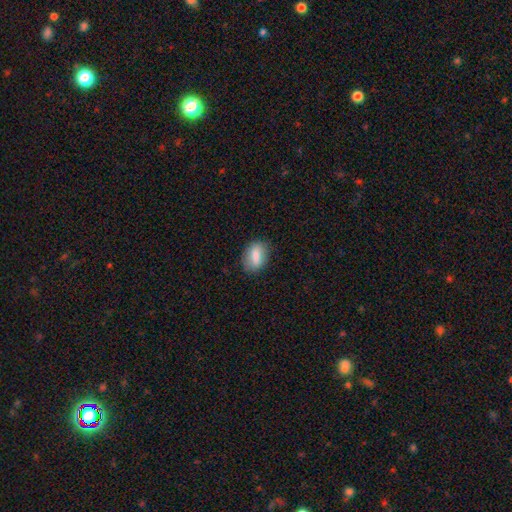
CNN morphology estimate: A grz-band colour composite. It shows a smooth galaxy with no disk features (78%) that is in between round and cigar-shaped (82%). Merging: none (82%).